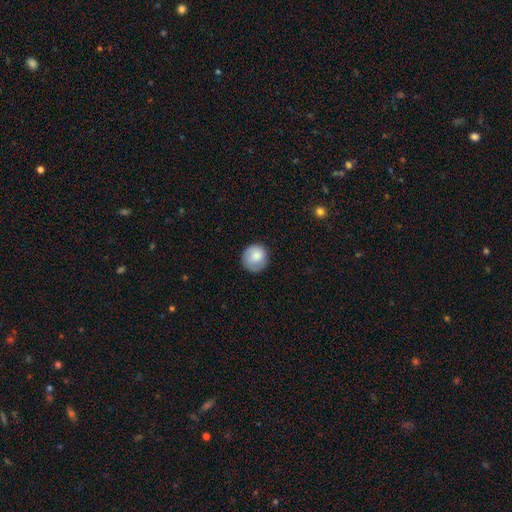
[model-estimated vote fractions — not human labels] The model was most divided on "merging": none: 81%, minor disturbance: 14%, major disturbance: 3%, merger: 1%. More confident: how rounded — round (92%); smooth or featured — smooth (84%).